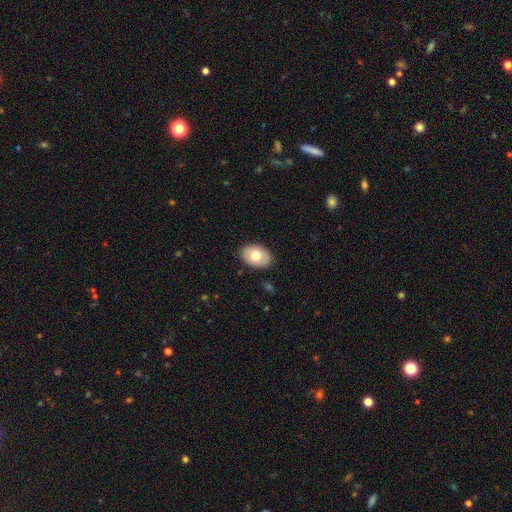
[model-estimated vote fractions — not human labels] Q: Smooth or featured?
A: smooth (72%); runner-up: featured or disk (21%)
Q: How rounded?
A: in between (80%); runner-up: round (19%)
Q: Merging?
A: none (88%); runner-up: minor disturbance (9%)